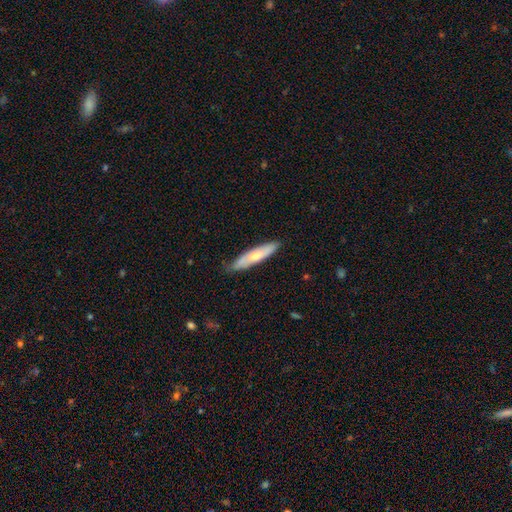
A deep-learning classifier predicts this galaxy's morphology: The model was most divided on "smooth or featured": smooth: 61%, featured or disk: 34%, star or artifact: 5%. More confident: merging — none (81%); how rounded — cigar-shaped (78%).